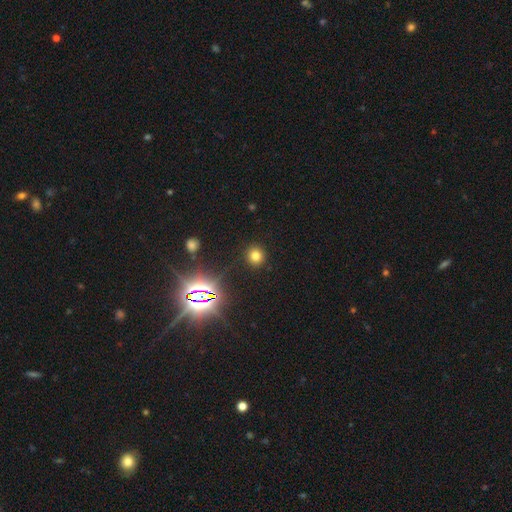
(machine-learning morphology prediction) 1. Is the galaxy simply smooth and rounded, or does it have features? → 73% smooth, 21% star or artifact, 6% featured or disk.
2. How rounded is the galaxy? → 91% round, 8% in between, 1% cigar-shaped.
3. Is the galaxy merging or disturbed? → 91% none, 6% minor disturbance, 2% major disturbance, 1% merger.